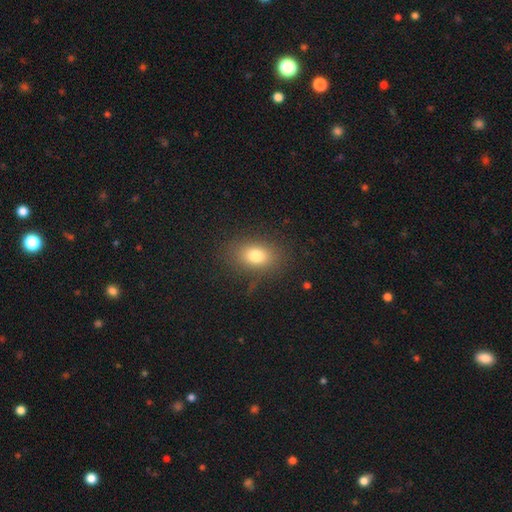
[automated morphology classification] Smooth or featured? smooth (78%)
How rounded? in between (74%)
Merging? none (83%)